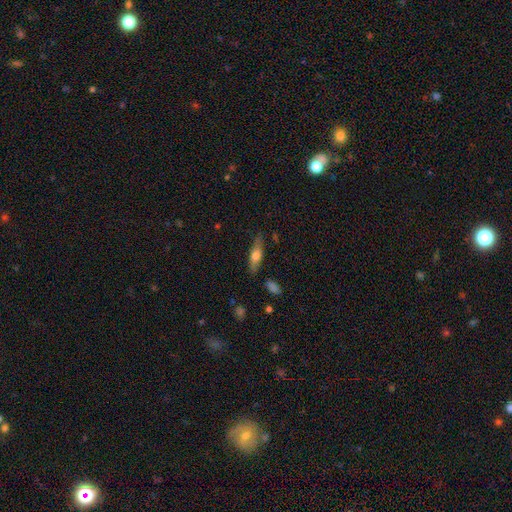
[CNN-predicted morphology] Q: Smooth or featured?
A: smooth (54%); runner-up: featured or disk (39%)
Q: How rounded?
A: cigar-shaped (57%); runner-up: in between (40%)
Q: Merging?
A: none (79%); runner-up: minor disturbance (15%)